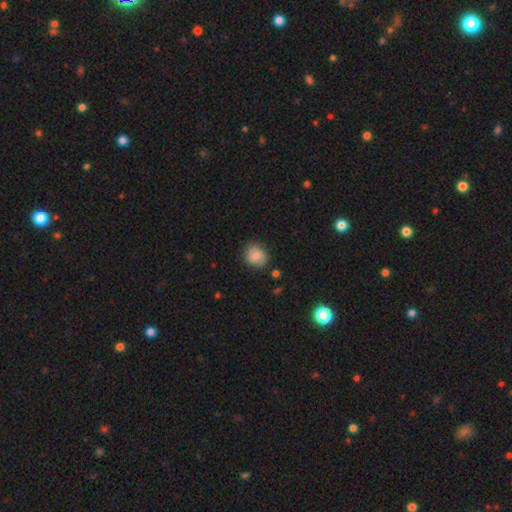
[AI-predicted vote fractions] Morphology: type=smooth (81%); roundness=round (77%); merging=none (79%).